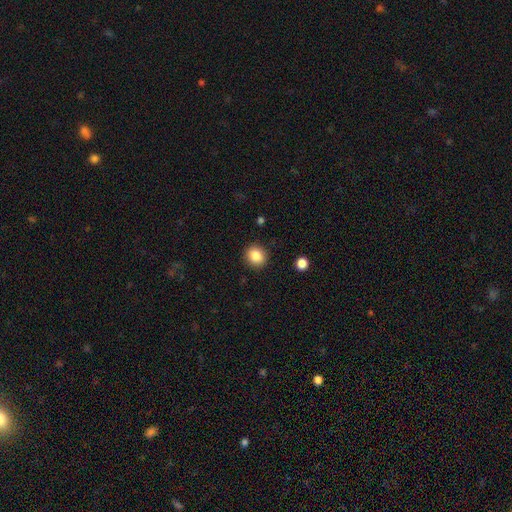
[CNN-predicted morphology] This is clearly a smooth galaxy (86%). How rounded: likely round (77%). Merging: clearly none (89%).